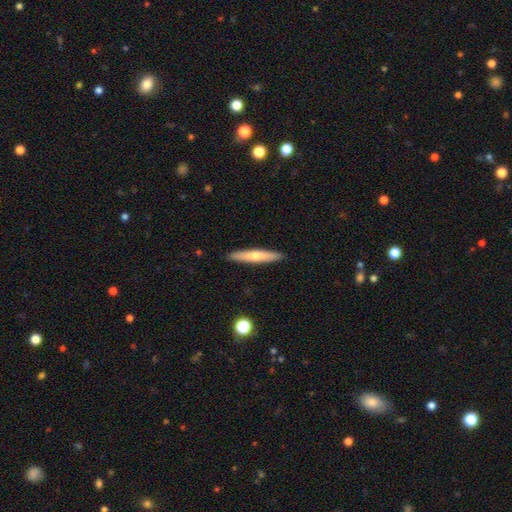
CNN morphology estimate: Smooth or featured: smooth — 53% (featured or disk — 41%)
How rounded: cigar-shaped — 91% (in between — 7%)
Merging: none — 91% (minor disturbance — 6%)